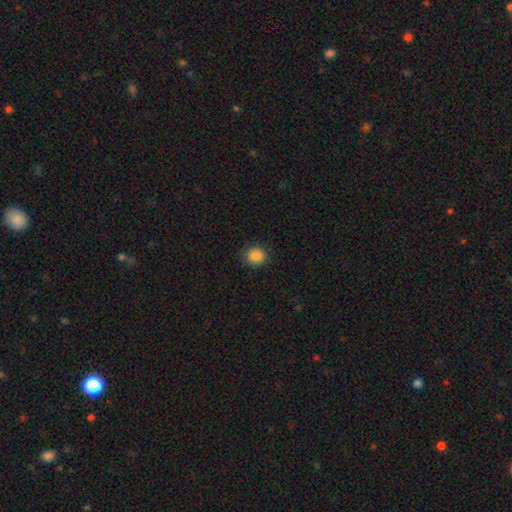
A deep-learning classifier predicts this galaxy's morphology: Smooth or featured: smooth — 87% (star or artifact — 10%)
How rounded: round — 83% (in between — 17%)
Merging: none — 88% (minor disturbance — 9%)